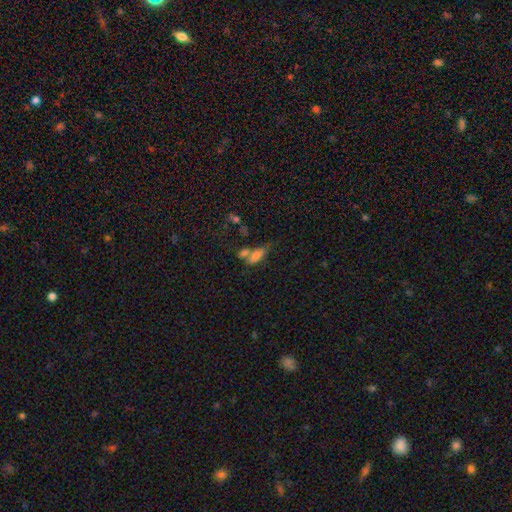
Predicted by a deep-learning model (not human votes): Smooth or featured: smooth — 71% (featured or disk — 17%)
How rounded: in between — 69% (cigar-shaped — 26%)
Merging: merger — 47% (none — 28%)